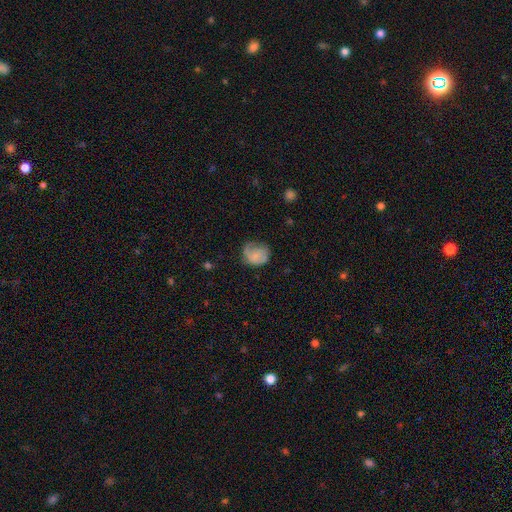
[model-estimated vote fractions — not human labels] Smooth or featured? Predicted: smooth (p=0.56). How rounded? Predicted: round (p=0.68). Merging? Predicted: none (p=0.43).